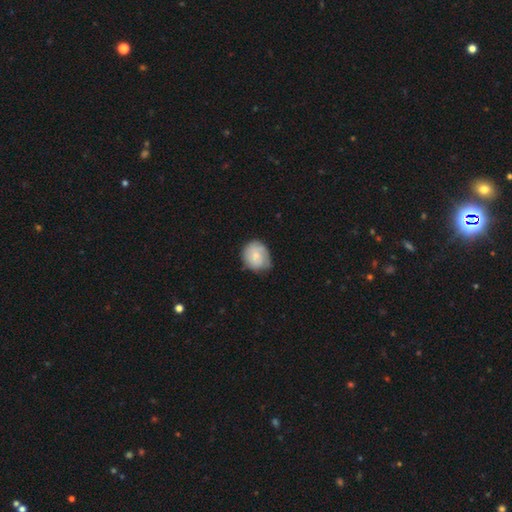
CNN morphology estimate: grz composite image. It shows a smooth galaxy with no disk features (61%) that is round (70%). Merging: none (61%).